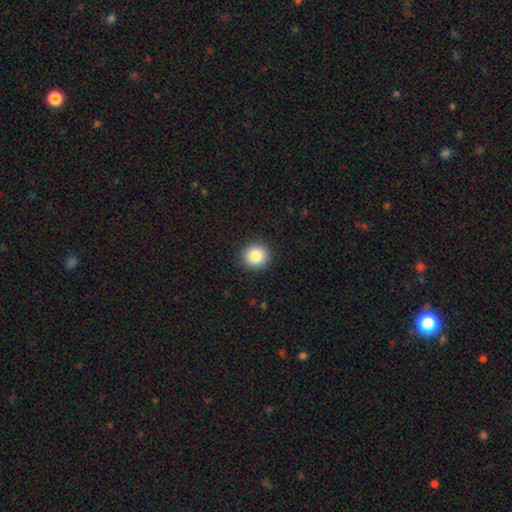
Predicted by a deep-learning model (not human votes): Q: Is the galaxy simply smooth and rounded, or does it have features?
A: smooth — 86%.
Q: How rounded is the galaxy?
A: round — 91%.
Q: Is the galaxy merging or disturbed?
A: none — 91%.